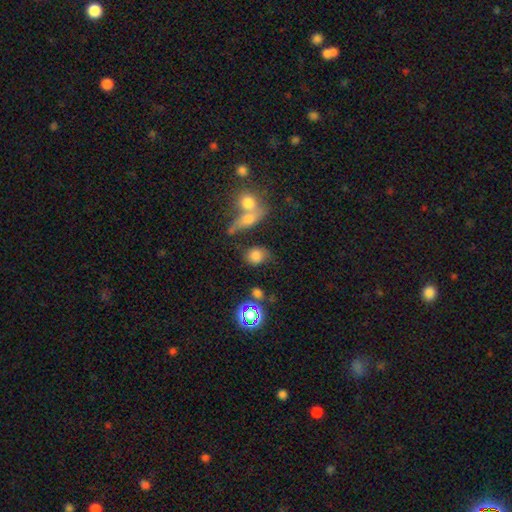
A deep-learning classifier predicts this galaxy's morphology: A smooth galaxy with no disk features (73%) that is round (55%). Merging: none (56%).